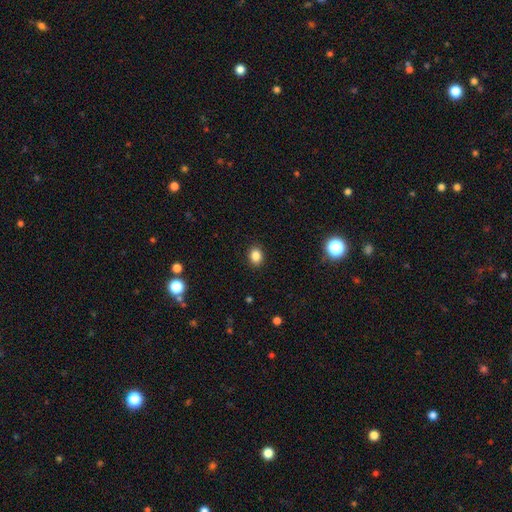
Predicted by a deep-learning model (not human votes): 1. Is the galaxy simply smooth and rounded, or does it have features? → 84% smooth, 11% star or artifact, 5% featured or disk.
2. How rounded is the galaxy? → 51% in between, 48% round, 1% cigar-shaped.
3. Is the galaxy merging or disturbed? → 90% none, 7% minor disturbance, 2% major disturbance, 1% merger.